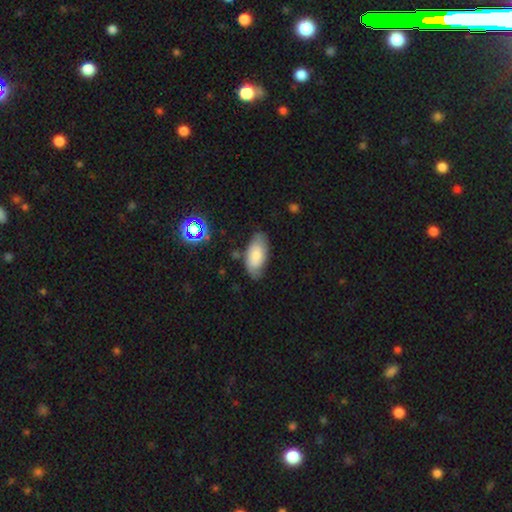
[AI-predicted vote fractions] Smooth or featured? Predicted: smooth (p=0.67). How rounded? Predicted: in between (p=0.92). Merging? Predicted: none (p=0.67).